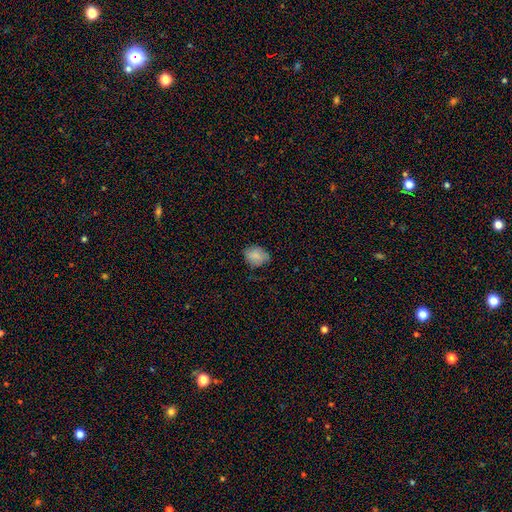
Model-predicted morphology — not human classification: smooth-or-featured: smooth: 85% | star or artifact: 8% | featured or disk: 7%
  how-rounded: in between: 57% | round: 42% | cigar-shaped: 1%
  merging: none: 71% | minor disturbance: 23% | major disturbance: 5% | merger: 1%